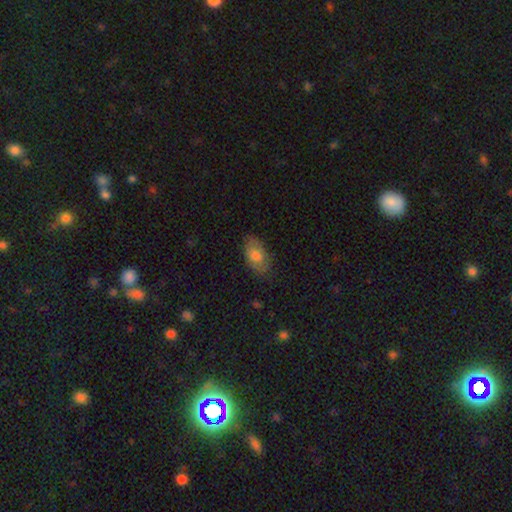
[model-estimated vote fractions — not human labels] Q: Smooth or featured?
A: smooth (74%); runner-up: featured or disk (20%)
Q: How rounded?
A: in between (92%); runner-up: round (6%)
Q: Merging?
A: none (72%); runner-up: minor disturbance (21%)